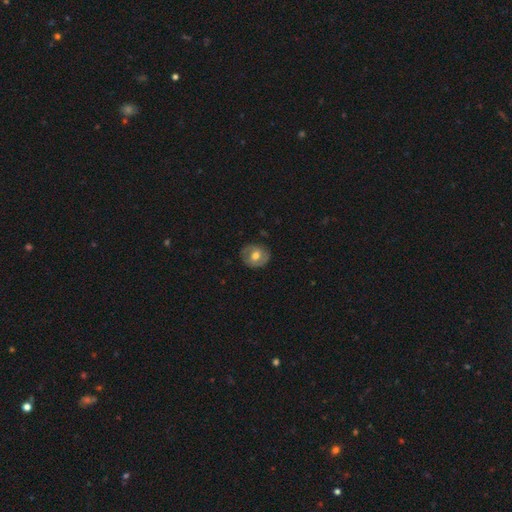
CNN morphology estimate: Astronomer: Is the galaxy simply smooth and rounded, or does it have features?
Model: featured or disk — 48% (runner-up: smooth, 46%).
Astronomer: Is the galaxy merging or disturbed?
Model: none — 81%.